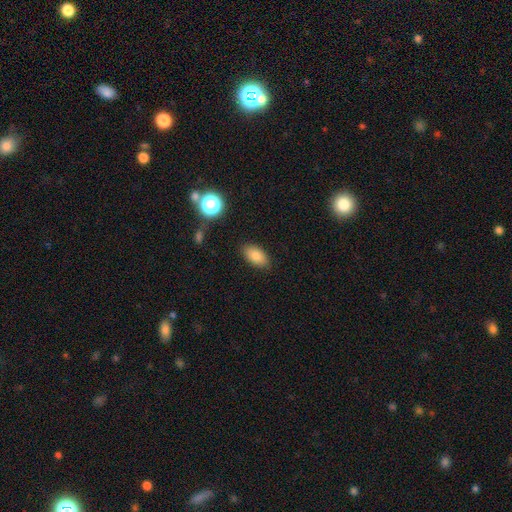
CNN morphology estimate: type=smooth (81%); roundness=in between (92%); merging=none (86%).